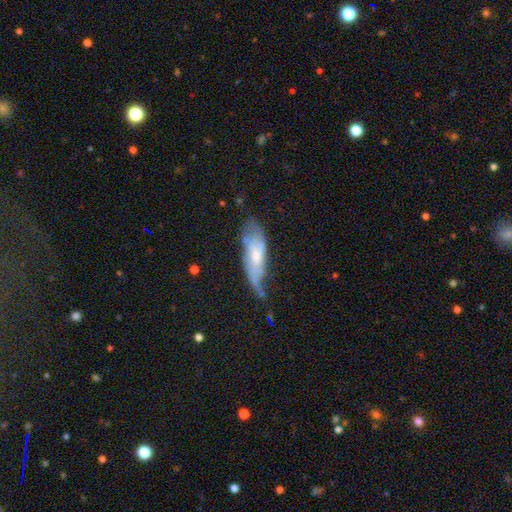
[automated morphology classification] The model was most divided on "merging": none: 43%, minor disturbance: 36%, major disturbance: 17%, merger: 4%. More confident: edge-on disk — no (73%); smooth or featured — featured or disk (52%).